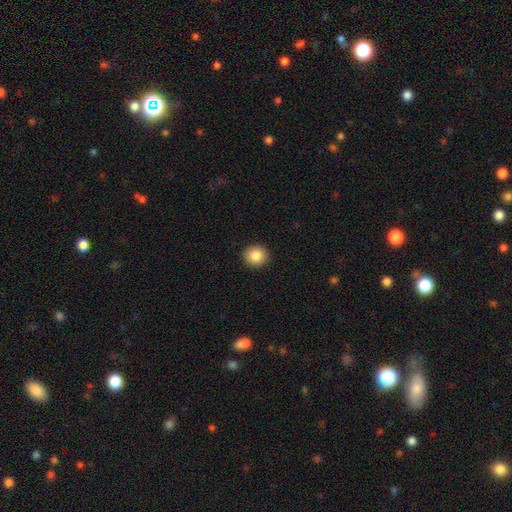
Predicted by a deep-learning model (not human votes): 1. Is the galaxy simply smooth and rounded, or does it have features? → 86% smooth, 9% star or artifact, 5% featured or disk.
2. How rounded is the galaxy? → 90% round, 9% in between, 1% cigar-shaped.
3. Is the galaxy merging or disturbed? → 92% none, 5% minor disturbance, 2% major disturbance, 1% merger.